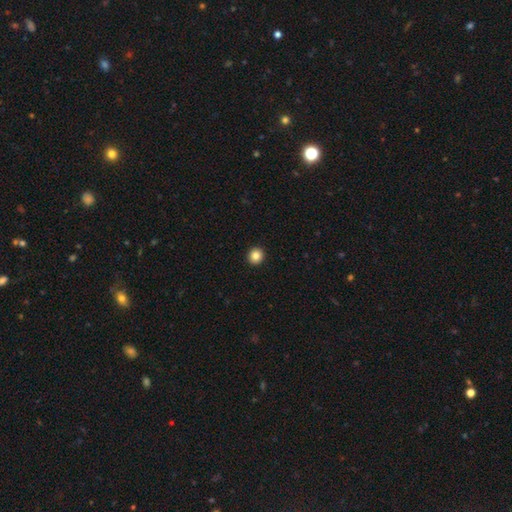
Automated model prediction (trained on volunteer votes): The model was most divided on "smooth or featured": smooth: 85%, star or artifact: 10%, featured or disk: 5%. More confident: merging — none (94%); how rounded — round (92%).